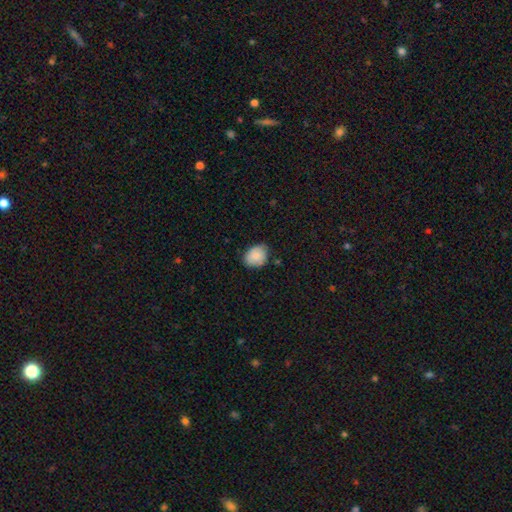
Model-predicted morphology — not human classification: smooth 86%, star or artifact 7%, featured or disk 7%. Down the decision tree: how rounded — in between (57%); merging — none (71%).